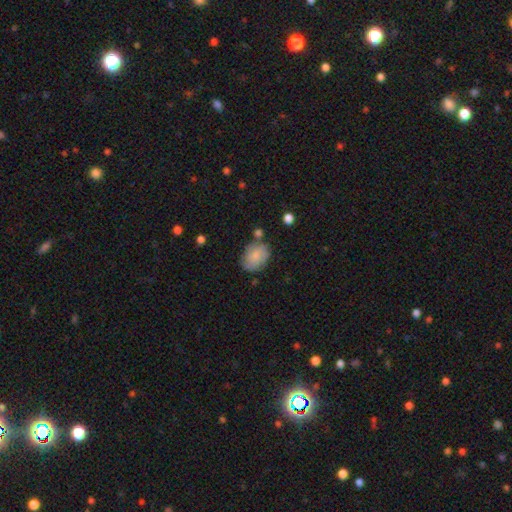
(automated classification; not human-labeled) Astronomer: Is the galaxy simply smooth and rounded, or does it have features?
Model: smooth — 73%.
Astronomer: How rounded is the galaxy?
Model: in between — 73%.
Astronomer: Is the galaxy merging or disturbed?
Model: none — 67%.